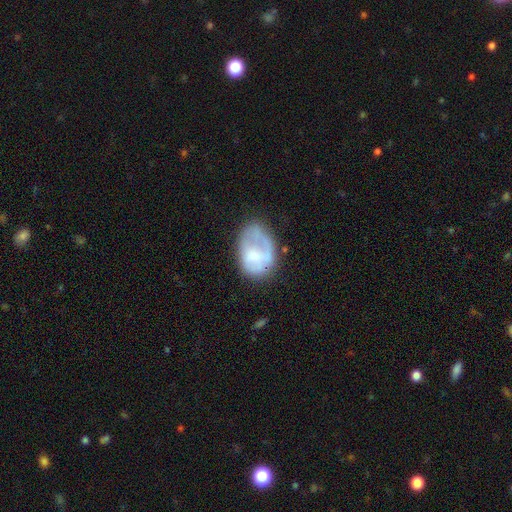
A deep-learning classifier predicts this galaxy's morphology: smooth 49%, featured or disk 43%, star or artifact 8%. Down the decision tree: merging — none (40%).